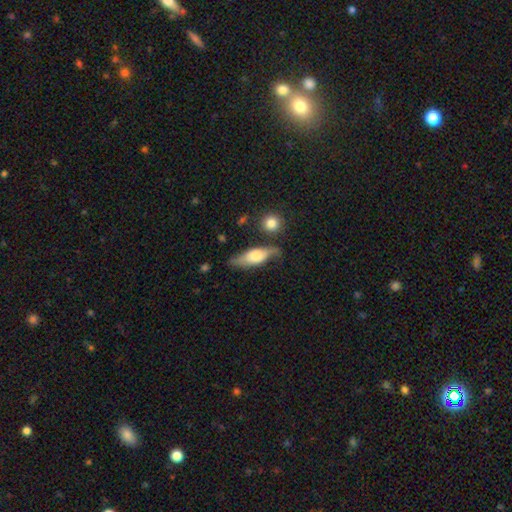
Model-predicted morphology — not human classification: Smooth or featured: smooth — 51% (featured or disk — 43%)
How rounded: in between — 59% (cigar-shaped — 37%)
Merging: none — 59% (minor disturbance — 27%)